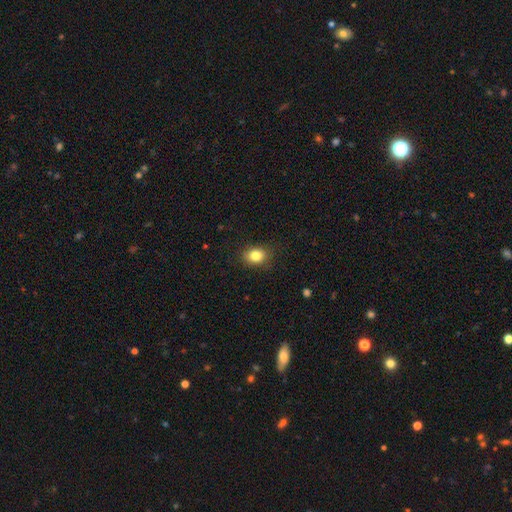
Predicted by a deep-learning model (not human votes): Morphology: type=smooth (84%); roundness=in between (59%); merging=none (83%).